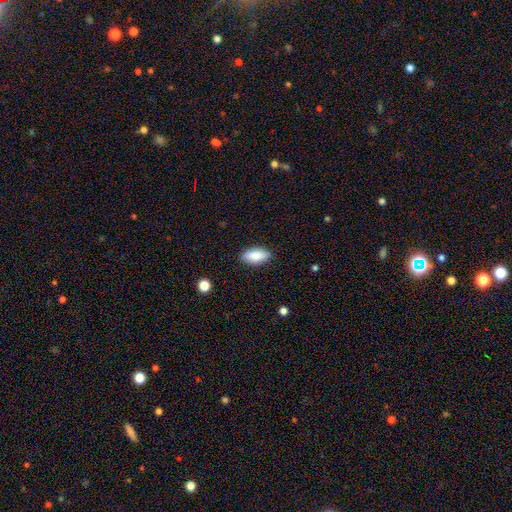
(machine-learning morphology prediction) This is clearly a smooth galaxy (86%). How rounded: clearly in between (92%). Merging: clearly none (86%).